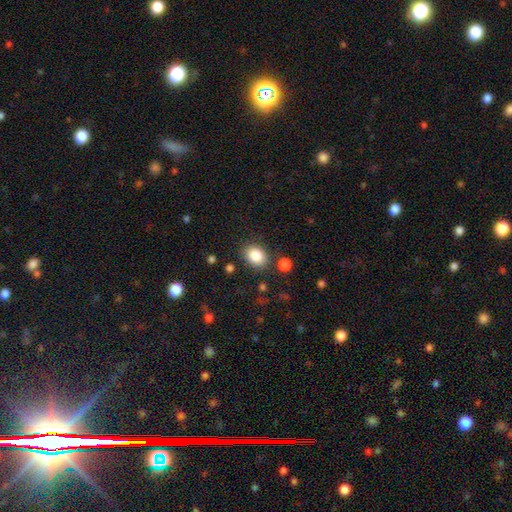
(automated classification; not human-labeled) A smooth galaxy with no disk features (86%) that is in between round and cigar-shaped (62%).

Vote fractions:
- Smooth or featured? smooth: 86% / star or artifact: 9% / featured or disk: 6%
- How rounded? in between: 62% / round: 37% / cigar-shaped: 1%
- Merging? none: 81% / minor disturbance: 11% / merger: 4% / major disturbance: 4%